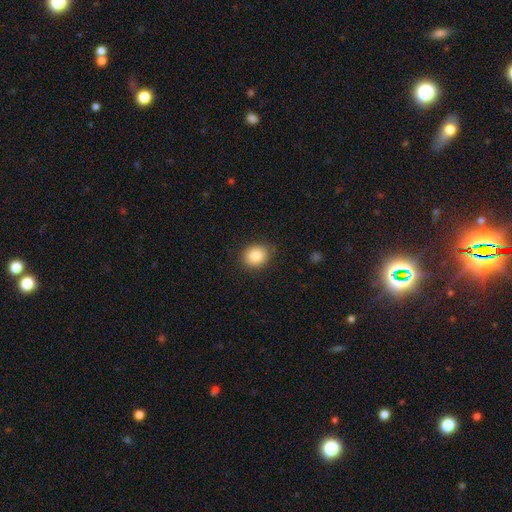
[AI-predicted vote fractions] A smooth galaxy with no disk features (85%) that is round (72%).

Vote fractions:
- Smooth or featured? smooth: 85% / star or artifact: 9% / featured or disk: 6%
- How rounded? round: 72% / in between: 27% / cigar-shaped: 1%
- Merging? none: 87% / minor disturbance: 9% / major disturbance: 2% / merger: 1%